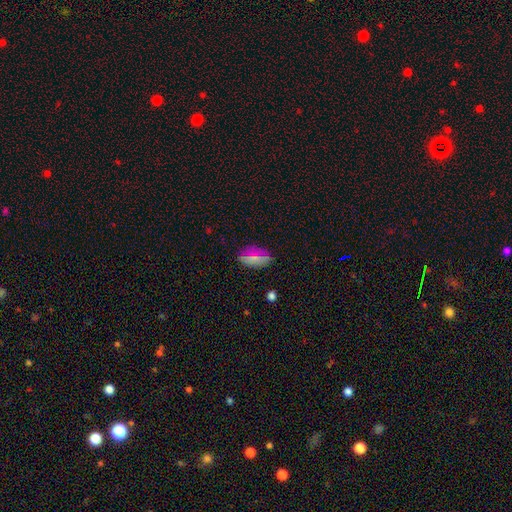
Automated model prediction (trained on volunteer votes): Q: Smooth or featured?
A: smooth (68%); runner-up: star or artifact (17%)
Q: How rounded?
A: in between (85%); runner-up: cigar-shaped (8%)
Q: Merging?
A: none (81%); runner-up: minor disturbance (14%)